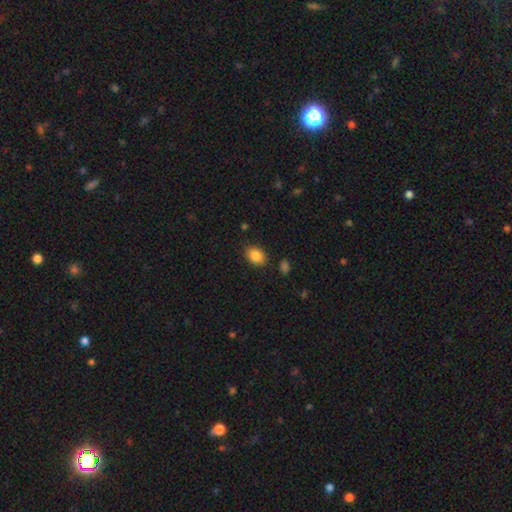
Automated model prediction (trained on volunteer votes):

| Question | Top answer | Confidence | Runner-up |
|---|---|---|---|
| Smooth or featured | smooth | 86% | star or artifact (9%) |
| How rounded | in between | 74% | round (25%) |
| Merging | none | 82% | minor disturbance (12%) |